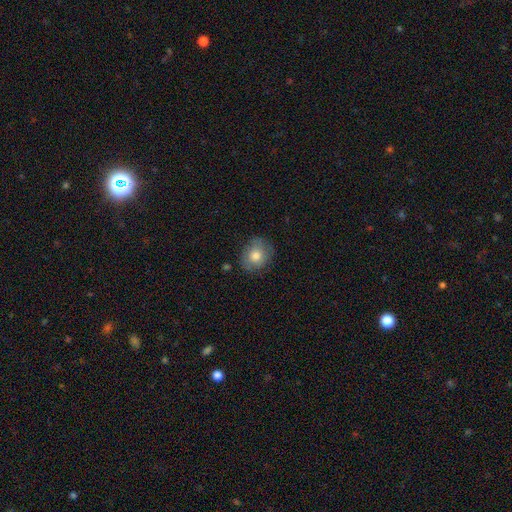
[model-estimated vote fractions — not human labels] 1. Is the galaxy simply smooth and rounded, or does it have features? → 75% smooth, 17% featured or disk, 8% star or artifact.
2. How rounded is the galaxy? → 66% round, 33% in between, 1% cigar-shaped.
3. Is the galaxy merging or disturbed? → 76% none, 18% minor disturbance, 5% major disturbance, 2% merger.